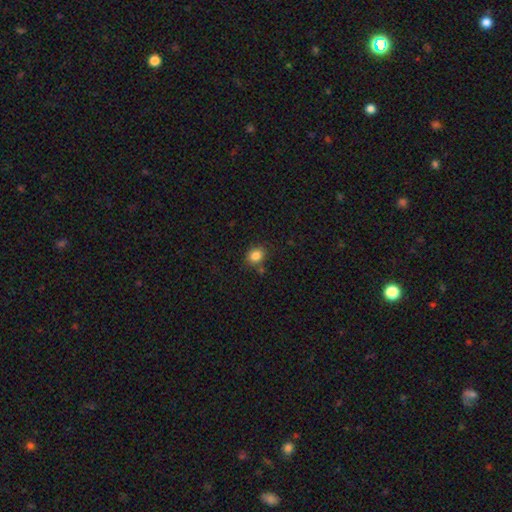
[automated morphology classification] This is clearly a smooth galaxy (84%). How rounded: likely round (63%). Merging: likely none (77%).